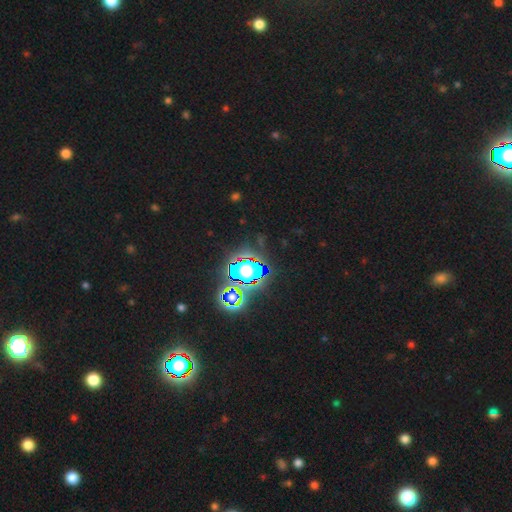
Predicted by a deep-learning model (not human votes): This appears to be a star or artifact, not a galaxy (84%).